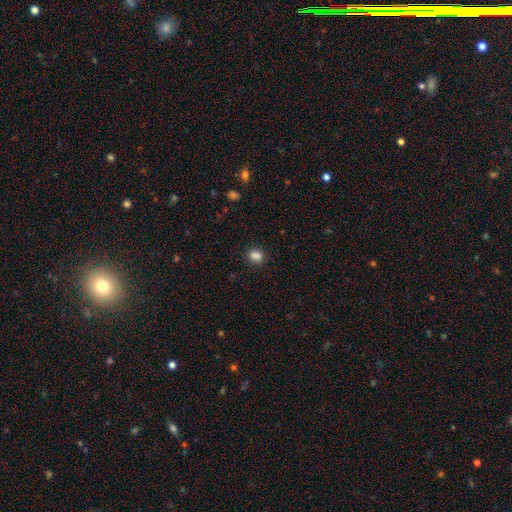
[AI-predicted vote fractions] Smooth or featured? smooth (85%)
How rounded? round (52%)
Merging? none (85%)